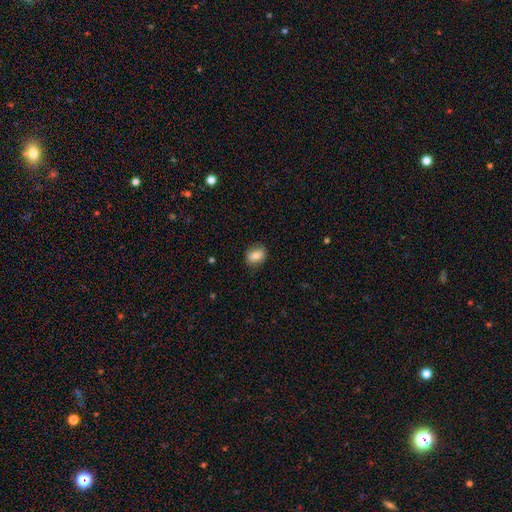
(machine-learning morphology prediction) Smooth or featured? Predicted: smooth (p=0.79). How rounded? Predicted: in between (p=0.65). Merging? Predicted: none (p=0.81).